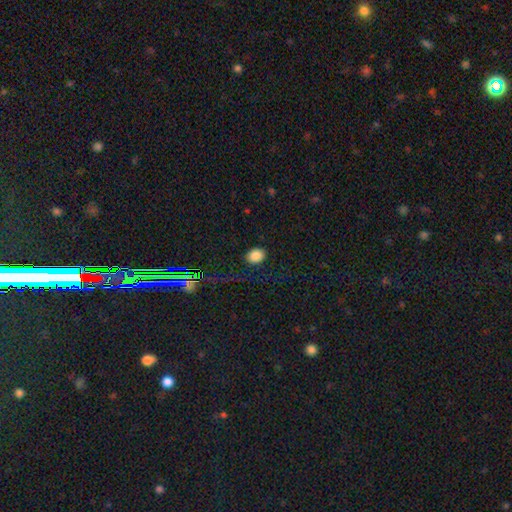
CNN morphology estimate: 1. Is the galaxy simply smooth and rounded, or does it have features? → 84% smooth, 12% star or artifact, 5% featured or disk.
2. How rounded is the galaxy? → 59% in between, 40% round, 1% cigar-shaped.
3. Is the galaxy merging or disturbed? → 85% none, 9% minor disturbance, 4% major disturbance, 1% merger.